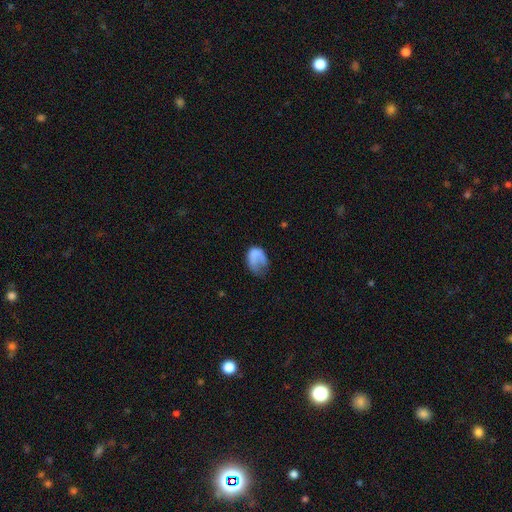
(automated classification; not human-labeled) Q: Smooth or featured?
A: smooth (60%); runner-up: featured or disk (31%)
Q: How rounded?
A: in between (78%); runner-up: round (21%)
Q: Merging?
A: major disturbance (46%); runner-up: minor disturbance (26%)